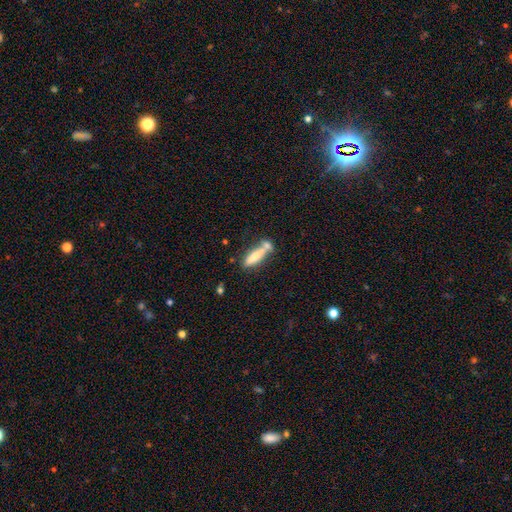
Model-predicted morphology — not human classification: smooth 71%, featured or disk 21%, star or artifact 7%. Down the decision tree: how rounded — cigar-shaped (67%); merging — none (41%).